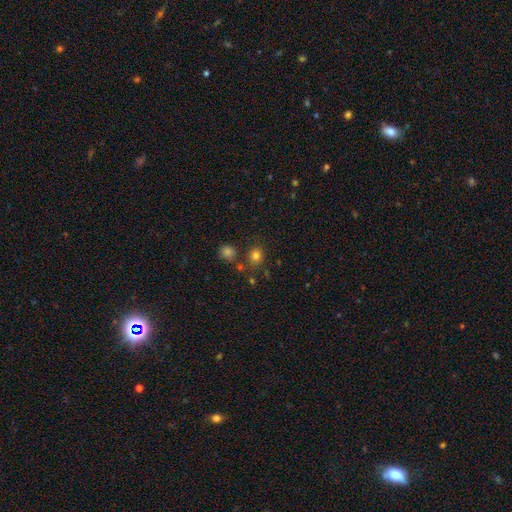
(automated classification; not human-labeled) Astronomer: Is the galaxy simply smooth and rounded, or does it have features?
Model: smooth — 79%.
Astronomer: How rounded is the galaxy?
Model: round — 69%.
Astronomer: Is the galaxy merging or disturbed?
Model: none — 75%.